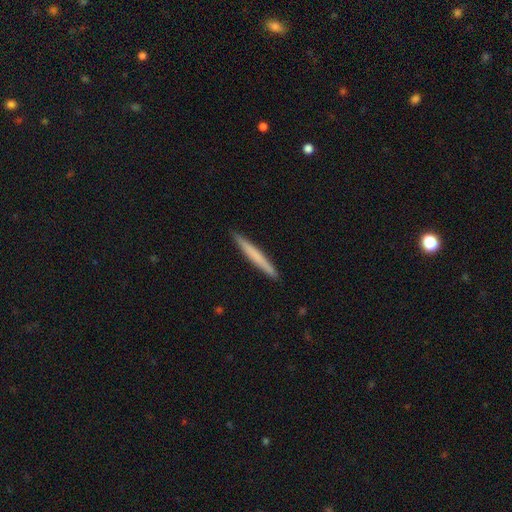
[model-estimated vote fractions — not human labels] A smooth galaxy with no disk features (61%) that is cigar-shaped (97%).

Vote fractions:
- Smooth or featured? smooth: 61% / featured or disk: 33% / star or artifact: 5%
- How rounded? cigar-shaped: 97% / in between: 2% / round: 1%
- Merging? none: 92% / minor disturbance: 6% / major disturbance: 1% / merger: 1%